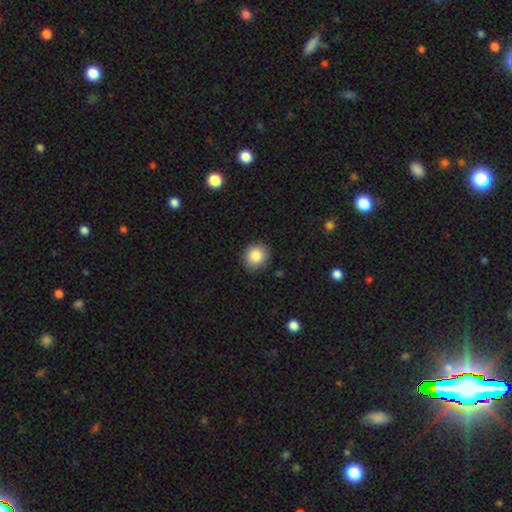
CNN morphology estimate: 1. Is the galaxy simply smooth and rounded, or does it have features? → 86% smooth, 9% star or artifact, 5% featured or disk.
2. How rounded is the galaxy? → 81% round, 18% in between, 1% cigar-shaped.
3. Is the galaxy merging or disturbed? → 88% none, 9% minor disturbance, 2% major disturbance, 1% merger.